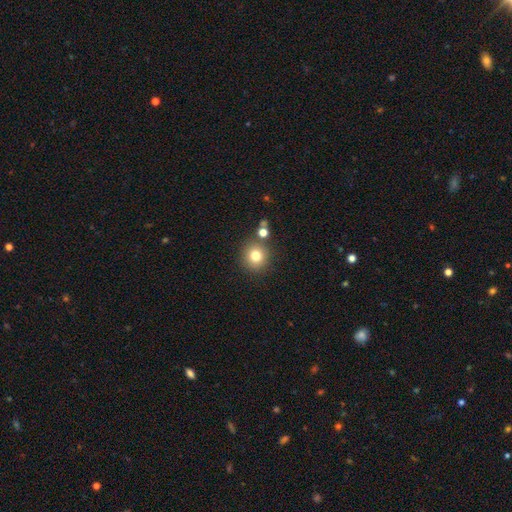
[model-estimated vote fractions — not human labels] This is likely a smooth galaxy (78%). How rounded: clearly round (91%). Merging: clearly none (81%).